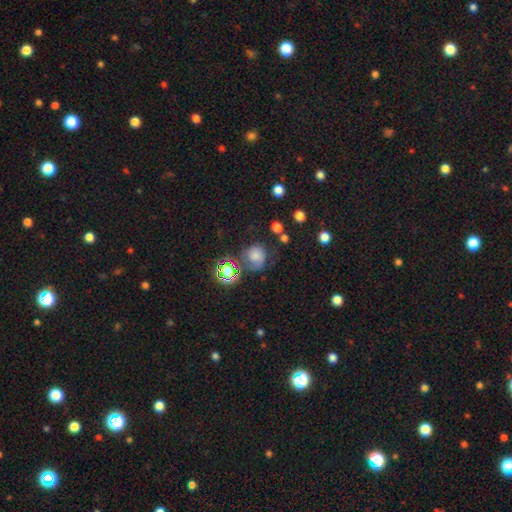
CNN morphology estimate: This appears to be a smooth galaxy with no disk features (61%) that is round (80%). Merging: none (52%).